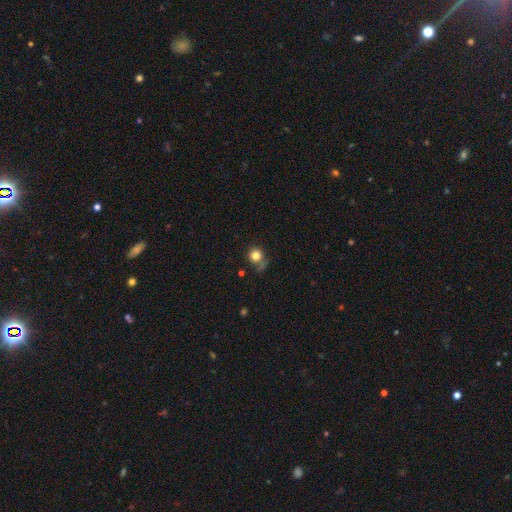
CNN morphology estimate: smooth_or_featured: smooth (p=0.80) [alt: star or artifact p=0.11]
how_rounded: round (p=0.89) [alt: in between p=0.10]
merging: none (p=0.58) [alt: minor disturbance p=0.22]